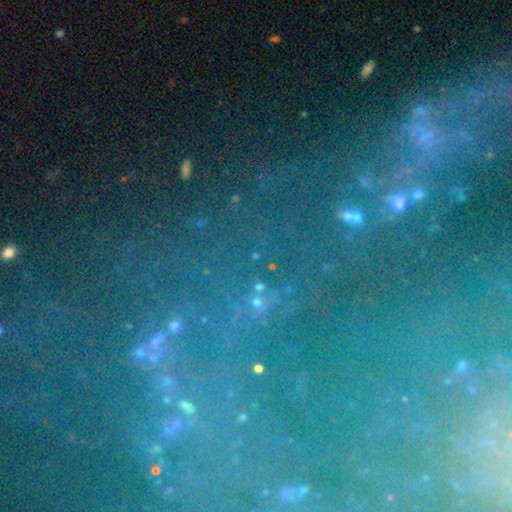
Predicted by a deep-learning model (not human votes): Q: Smooth or featured?
A: star or artifact (65%); runner-up: featured or disk (22%)